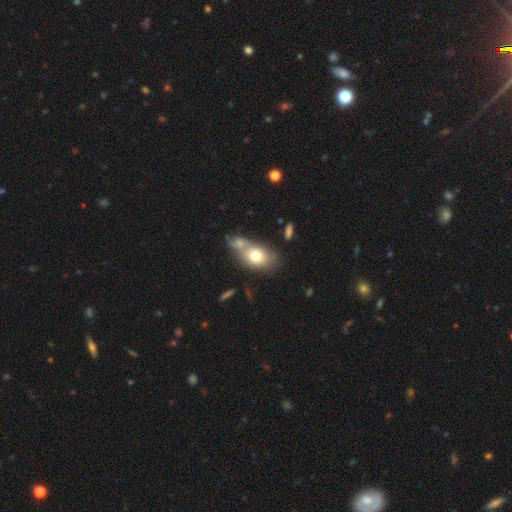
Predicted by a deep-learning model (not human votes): Q: Smooth or featured?
A: smooth (71%); runner-up: featured or disk (21%)
Q: How rounded?
A: in between (77%); runner-up: round (21%)
Q: Merging?
A: merger (46%); runner-up: none (34%)